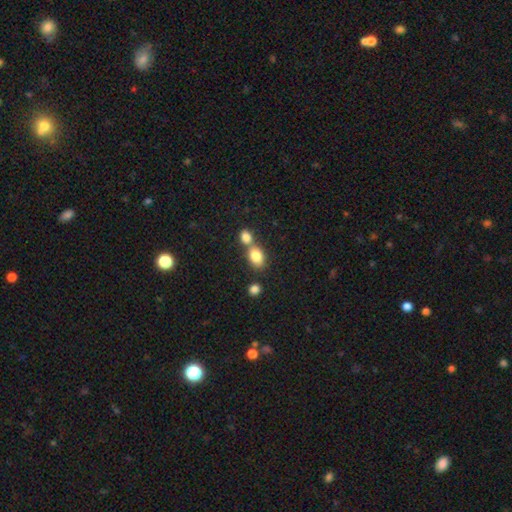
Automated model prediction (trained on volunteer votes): This is clearly a smooth galaxy (83%). How rounded: likely in between (75%). Merging: possibly merger (49%).